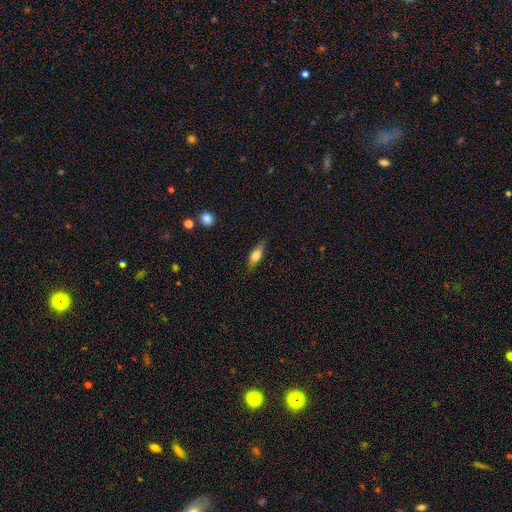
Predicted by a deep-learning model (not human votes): smooth-or-featured: smooth: 68% | featured or disk: 24% | star or artifact: 8%
  how-rounded: in between: 72% | cigar-shaped: 24% | round: 5%
  merging: none: 76% | minor disturbance: 19% | major disturbance: 4% | merger: 1%